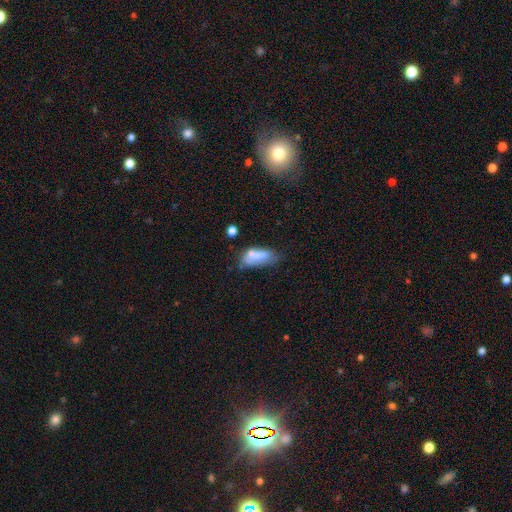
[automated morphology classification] A smooth galaxy with no disk features (67%) that is in between round and cigar-shaped (81%). Merging: none (34%).